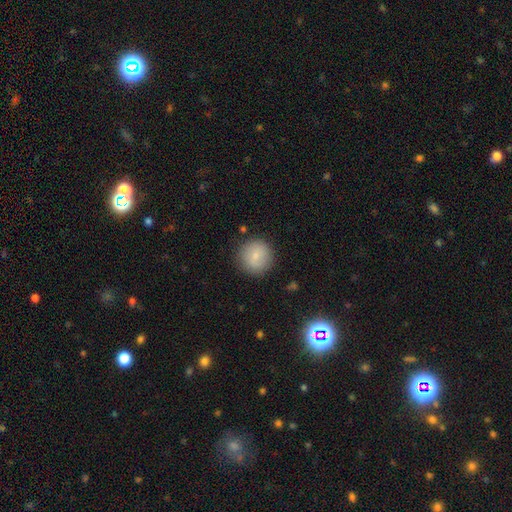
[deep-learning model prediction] A smooth galaxy with no disk features (81%) that is round (94%). Merging: none (86%).